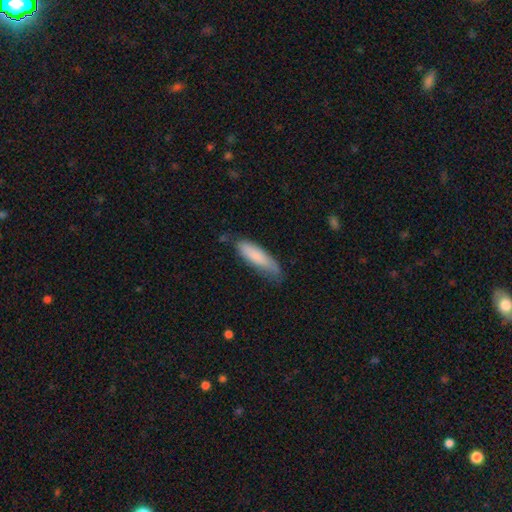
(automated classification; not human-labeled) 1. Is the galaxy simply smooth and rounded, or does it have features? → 81% smooth, 13% featured or disk, 6% star or artifact.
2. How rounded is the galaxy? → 62% cigar-shaped, 36% in between, 1% round.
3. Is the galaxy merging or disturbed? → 63% none, 28% minor disturbance, 6% major disturbance, 3% merger.